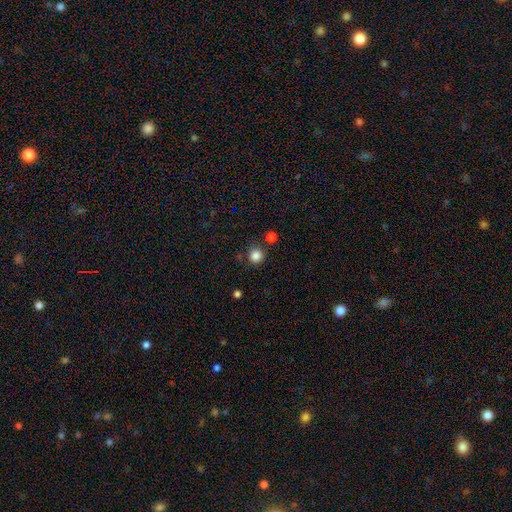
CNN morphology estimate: Smooth or featured?
  - smooth: 84% *
  - star or artifact: 12%
  - featured or disk: 4%
How rounded?
  - round: 94% *
  - in between: 5%
  - cigar-shaped: 1%
Merging?
  - none: 83% *
  - minor disturbance: 8%
  - merger: 6%
  - major disturbance: 3%